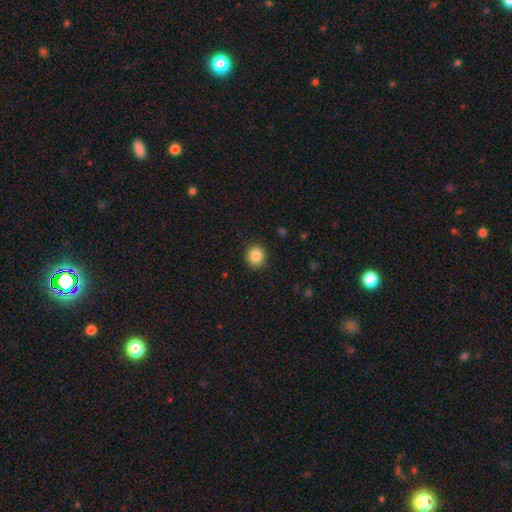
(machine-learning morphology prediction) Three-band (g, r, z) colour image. It shows a smooth galaxy with no disk features (86%) that is round (86%). Merging: none (90%).